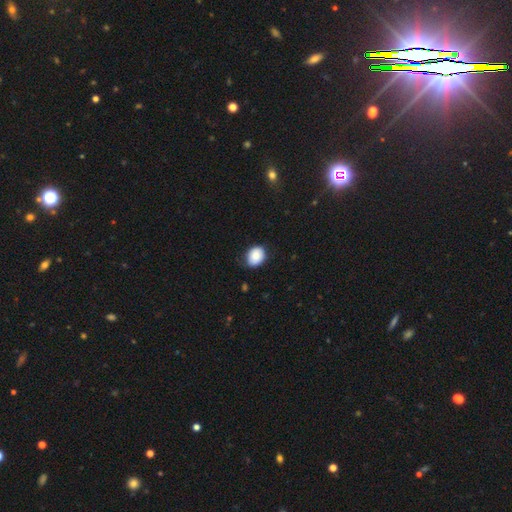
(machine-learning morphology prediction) This is clearly a smooth galaxy (86%). How rounded: possibly in between (54%). Merging: likely none (75%).